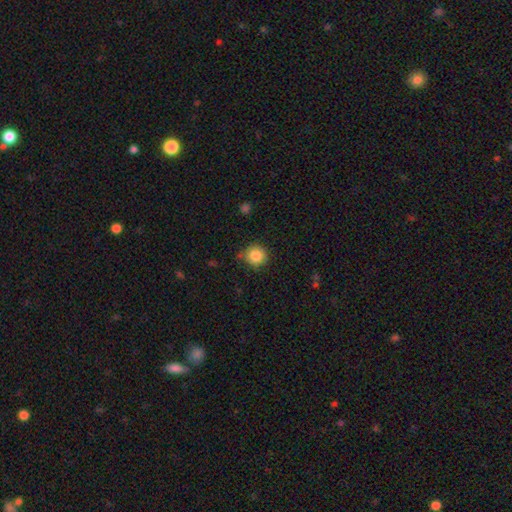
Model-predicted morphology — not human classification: Smooth or featured? smooth (85%)
How rounded? round (93%)
Merging? none (80%)